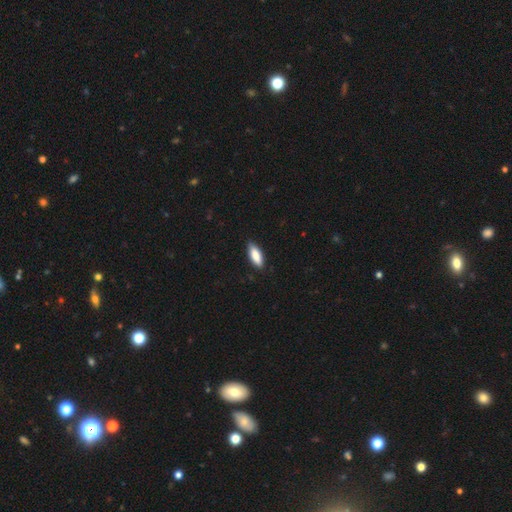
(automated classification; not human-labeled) A smooth galaxy with no disk features (83%) that is in between round and cigar-shaped (68%).

Vote fractions:
- Smooth or featured? smooth: 83% / featured or disk: 11% / star or artifact: 6%
- How rounded? in between: 68% / cigar-shaped: 30% / round: 2%
- Merging? none: 86% / minor disturbance: 12% / major disturbance: 2% / merger: 1%